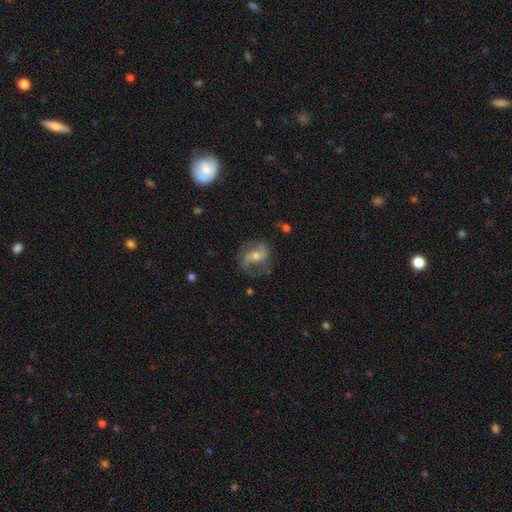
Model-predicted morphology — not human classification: Smooth or featured? featured or disk (78%)
Edge-on disk? no (96%)
Bar? no (41%)
Spiral arms? yes (92%)
Spiral winding? medium (43%)
Spiral arm count? 2 (87%)
Bulge size? moderate (55%)
Merging? none (70%)